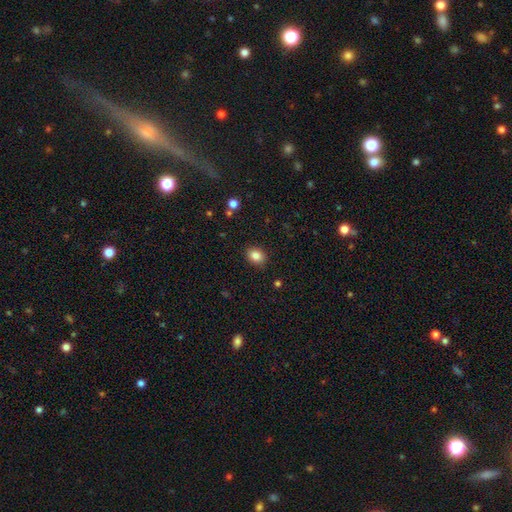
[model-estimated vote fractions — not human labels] A smooth galaxy with no disk features (84%) that is in between round and cigar-shaped (55%). Merging: none (89%).